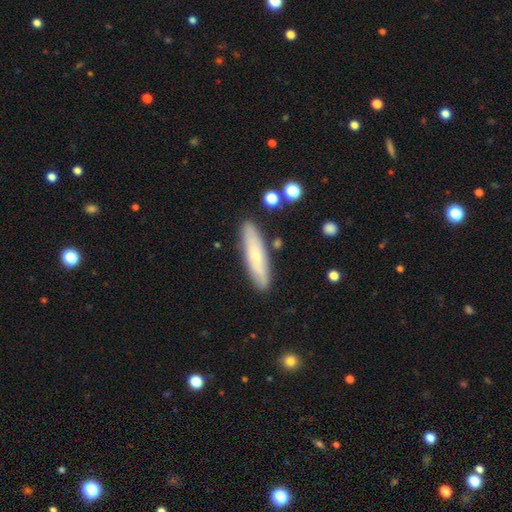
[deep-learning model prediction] Overall: smooth (63%; featured or disk 30%). How rounded: cigar-shaped (80%). Merging: none (85%).